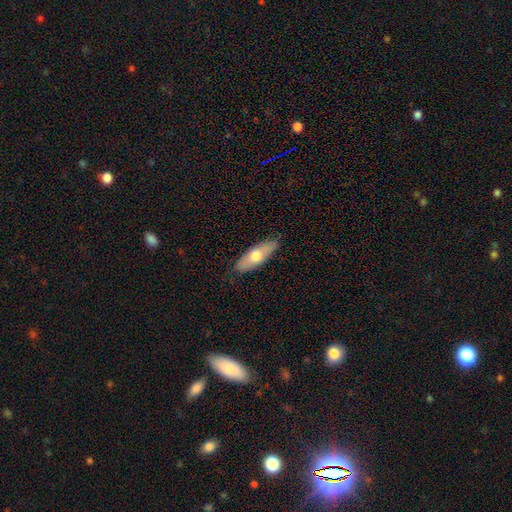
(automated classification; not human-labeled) Smooth or featured?
  - smooth: 62% *
  - featured or disk: 33%
  - star or artifact: 6%
How rounded?
  - in between: 65% *
  - cigar-shaped: 33%
  - round: 3%
Merging?
  - none: 84% *
  - minor disturbance: 13%
  - major disturbance: 2%
  - merger: 1%